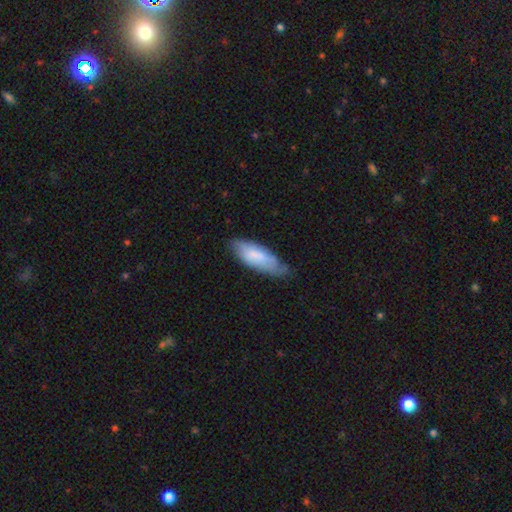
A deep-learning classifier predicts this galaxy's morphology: Smooth or featured? smooth (68%)
How rounded? in between (65%)
Merging? none (59%)